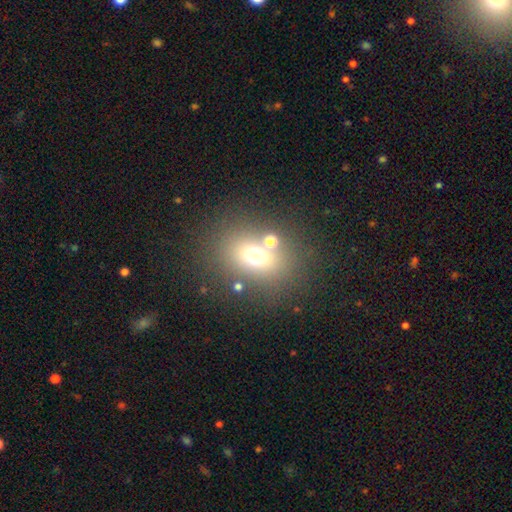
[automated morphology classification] smooth_or_featured: smooth (p=0.65) [alt: star or artifact p=0.21]
how_rounded: in between (p=0.52) [alt: round p=0.46]
merging: none (p=0.64) [alt: merger p=0.19]